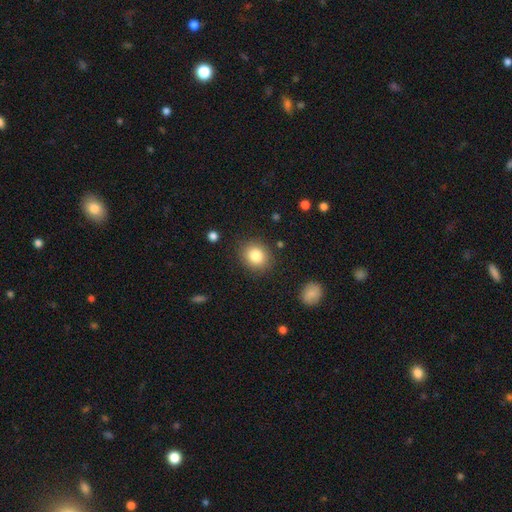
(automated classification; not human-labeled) Morphology: type=smooth (84%); roundness=round (75%); merging=none (86%).